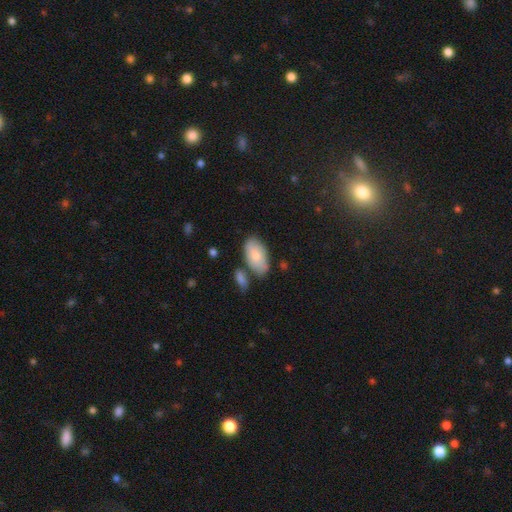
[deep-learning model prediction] Smooth or featured?
  - smooth: 78% *
  - featured or disk: 16%
  - star or artifact: 6%
How rounded?
  - in between: 94% *
  - round: 3%
  - cigar-shaped: 2%
Merging?
  - none: 67% *
  - minor disturbance: 17%
  - merger: 11%
  - major disturbance: 4%